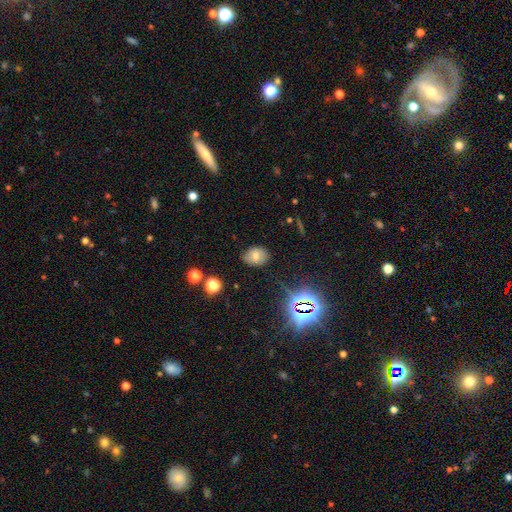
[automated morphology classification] Overall: smooth (49%; star or artifact 34%). Merging: none (80%).